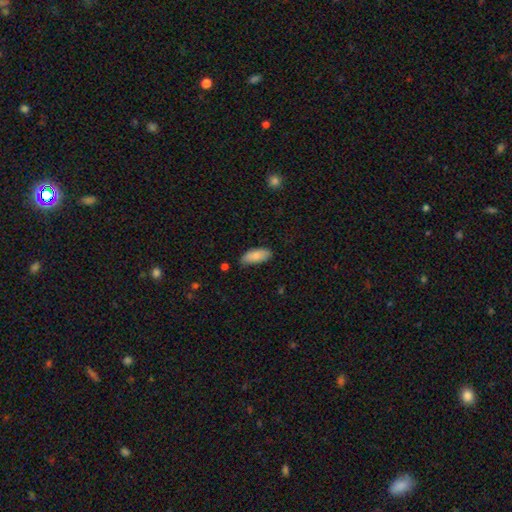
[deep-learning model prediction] Smooth or featured: smooth — 85% (featured or disk — 9%)
How rounded: in between — 86% (cigar-shaped — 12%)
Merging: none — 74% (minor disturbance — 21%)